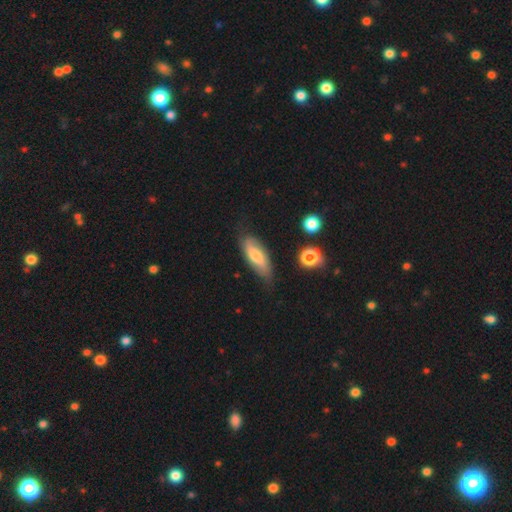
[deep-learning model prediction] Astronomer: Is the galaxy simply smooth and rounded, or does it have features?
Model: smooth — 51% (runner-up: featured or disk, 42%).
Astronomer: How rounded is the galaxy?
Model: in between — 69%.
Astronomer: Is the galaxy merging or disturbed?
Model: none — 71%.